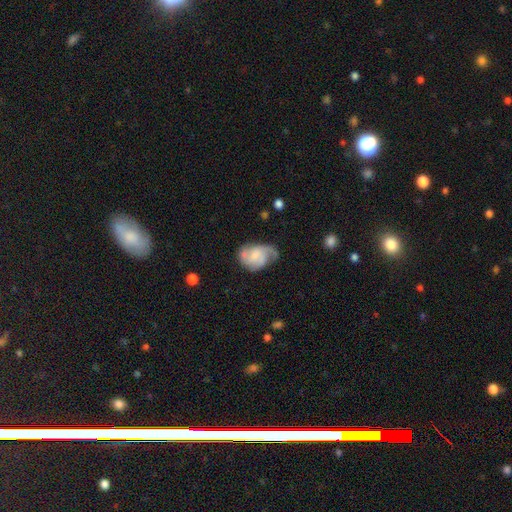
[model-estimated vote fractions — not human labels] Smooth or featured?
  - featured or disk: 65% *
  - smooth: 28%
  - star or artifact: 7%
Edge-on disk?
  - no: 98% *
  - yes: 2%
Bar?
  - no: 61% *
  - weak: 34%
  - strong: 5%
Spiral arms?
  - yes: 89% *
  - no: 11%
Spiral winding?
  - medium: 46% *
  - tight: 30%
  - loose: 24%
Spiral arm count?
  - 3: 35% *
  - 2: 29%
  - can't tell: 20%
  - 1: 7%
  - 4: 6%
  - more than 4: 3%
Bulge size?
  - small: 38% *
  - moderate: 28%
  - none: 26%
  - large: 6%
  - dominant: 2%
Merging?
  - none: 43% *
  - minor disturbance: 32%
  - major disturbance: 22%
  - merger: 3%